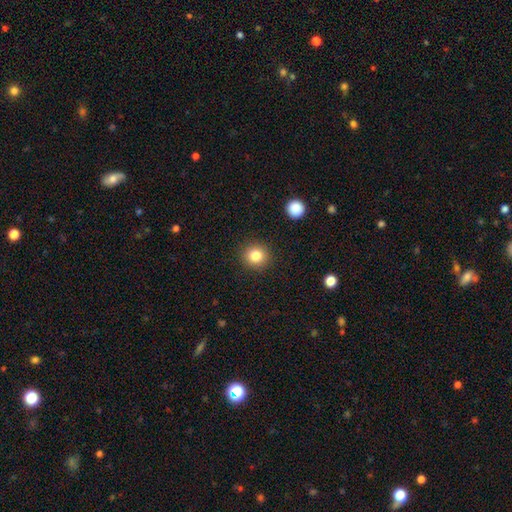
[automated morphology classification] Overall: smooth (82%). How rounded: round (92%). Merging: none (90%).